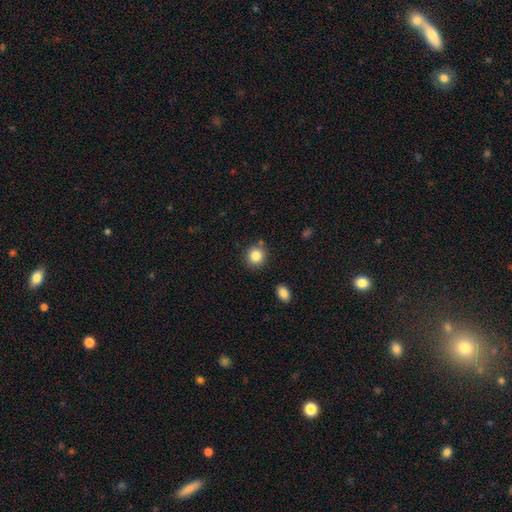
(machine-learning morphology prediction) smooth_or_featured: smooth (p=0.85) [alt: star or artifact p=0.10]
how_rounded: round (p=0.89) [alt: in between p=0.10]
merging: none (p=0.83) [alt: minor disturbance p=0.09]